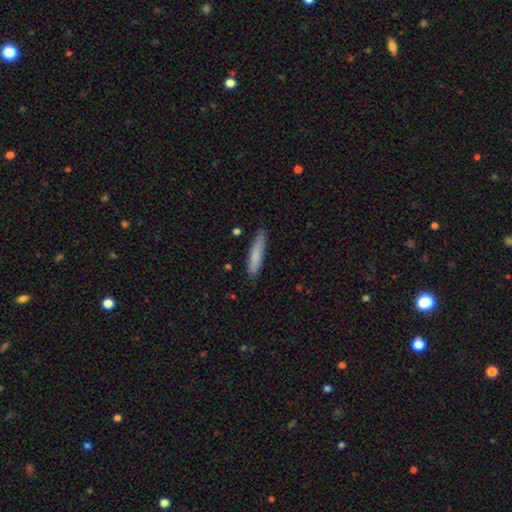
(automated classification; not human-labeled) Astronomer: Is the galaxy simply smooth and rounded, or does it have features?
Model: smooth — 79%.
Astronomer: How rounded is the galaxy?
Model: cigar-shaped — 89%.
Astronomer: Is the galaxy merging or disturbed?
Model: none — 84%.